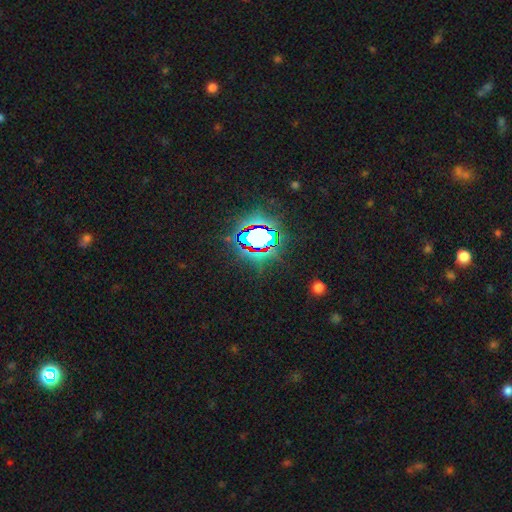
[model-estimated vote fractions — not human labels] Q: Smooth or featured?
A: star or artifact (84%); runner-up: smooth (10%)